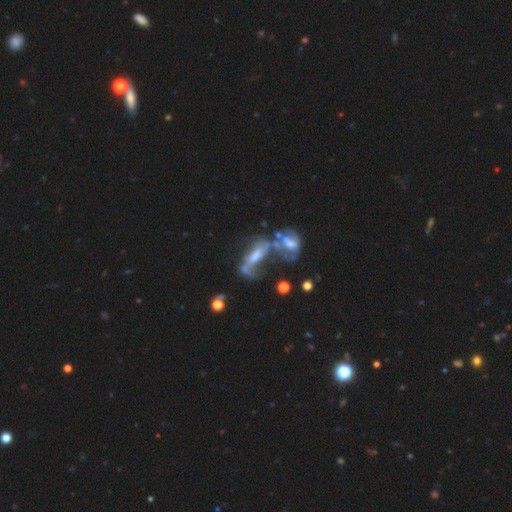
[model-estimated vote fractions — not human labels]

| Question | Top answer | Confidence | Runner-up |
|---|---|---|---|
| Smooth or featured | featured or disk | 68% | smooth (18%) |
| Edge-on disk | no | 82% | yes (18%) |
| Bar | no | 47% | weak (31%) |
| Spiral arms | yes | 57% | no (43%) |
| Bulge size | moderate | 39% | small (32%) |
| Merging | merger | 59% | major disturbance (18%) |